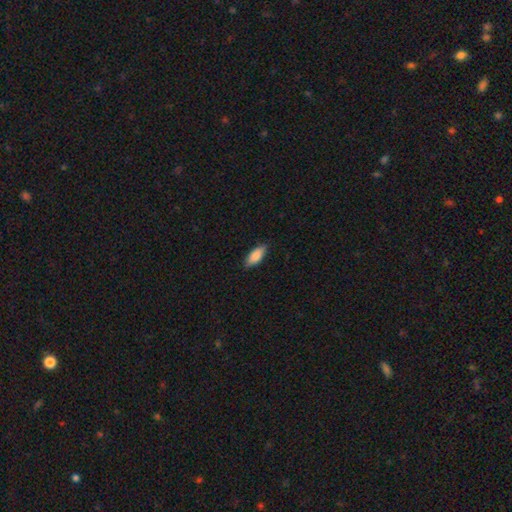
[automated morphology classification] smooth_or_featured: smooth (p=0.85) [alt: featured or disk p=0.09]
how_rounded: in between (p=0.78) [alt: cigar-shaped p=0.20]
merging: none (p=0.86) [alt: minor disturbance p=0.11]